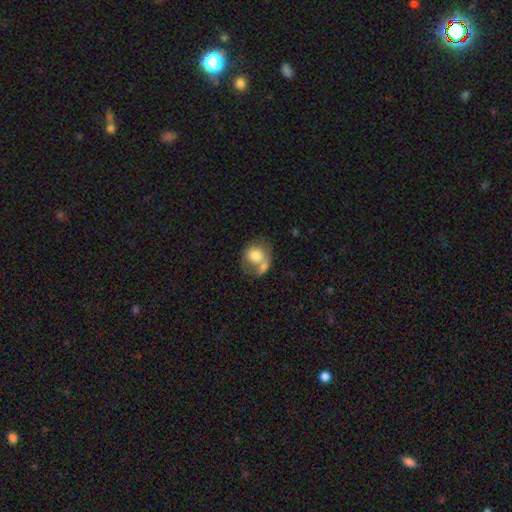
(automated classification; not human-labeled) Morphology: type=smooth (71%); roundness=round (62%); merging=merger (44%).